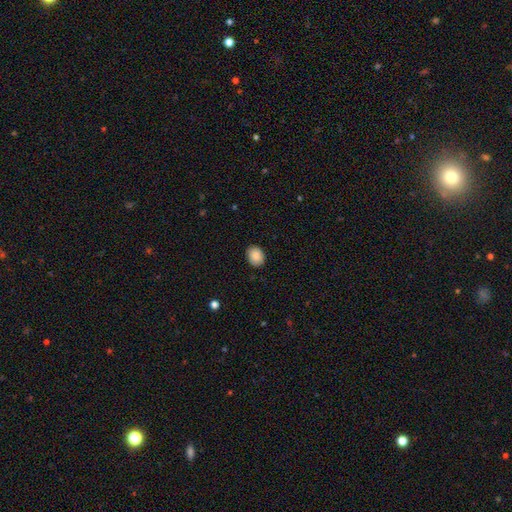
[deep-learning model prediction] Morphology: type=smooth (88%); roundness=in between (56%); merging=none (88%).